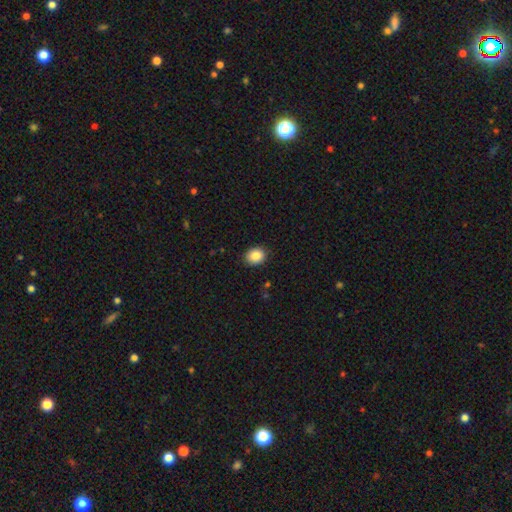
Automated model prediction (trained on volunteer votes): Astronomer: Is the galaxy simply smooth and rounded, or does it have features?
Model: smooth — 86%.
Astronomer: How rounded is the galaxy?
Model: round — 62% (runner-up: in between, 37%).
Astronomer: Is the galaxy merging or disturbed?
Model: none — 89%.